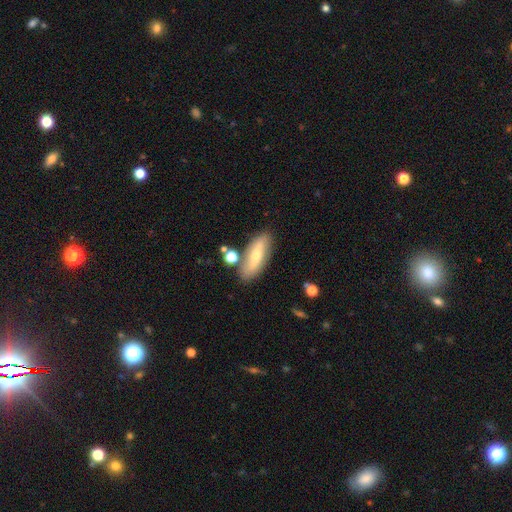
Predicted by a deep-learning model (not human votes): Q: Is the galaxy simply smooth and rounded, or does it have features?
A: smooth — 54%.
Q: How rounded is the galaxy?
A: in between — 60%.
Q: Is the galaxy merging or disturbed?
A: none — 76%.